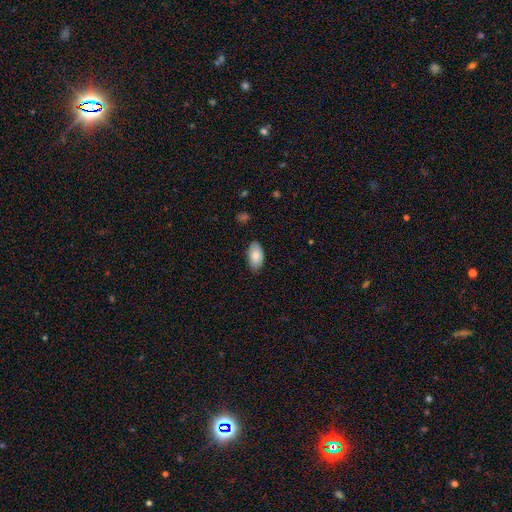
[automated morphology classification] This appears to be a smooth galaxy with no disk features (83%) that is in between round and cigar-shaped (95%). Merging: none (84%).